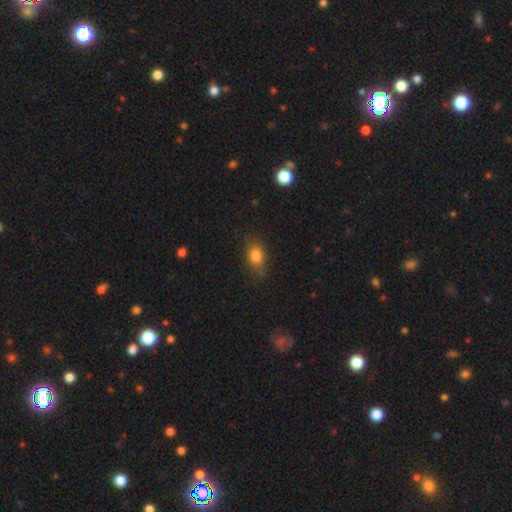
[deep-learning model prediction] smooth-or-featured: smooth: 79% | featured or disk: 11% | star or artifact: 10%
  how-rounded: in between: 73% | round: 23% | cigar-shaped: 4%
  merging: none: 71% | minor disturbance: 22% | major disturbance: 5% | merger: 2%